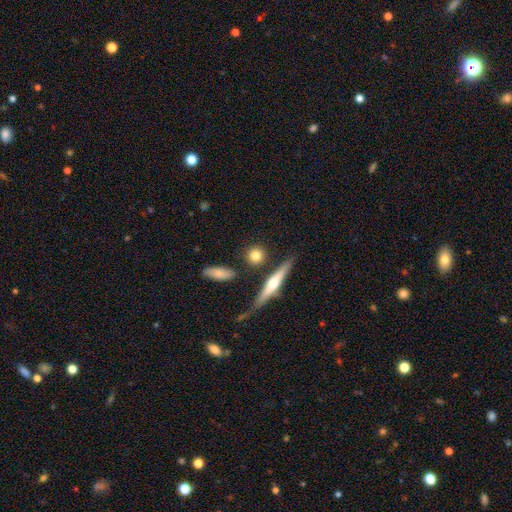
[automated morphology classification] Overall: smooth (76%). How rounded: round (77%). Merging: none (81%).